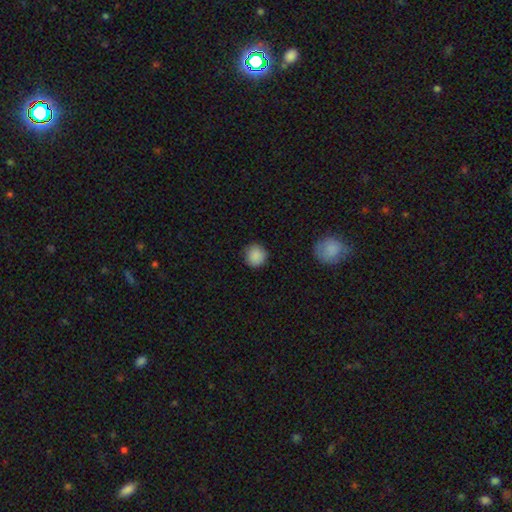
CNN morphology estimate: type=smooth (88%); roundness=round (93%); merging=none (89%).